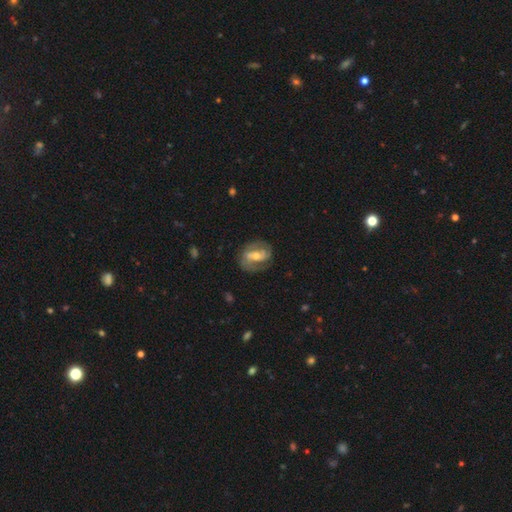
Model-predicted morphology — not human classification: type=featured or disk (77%); edge-on=no (96%); bar=weak (38%); spiral arms=yes (87%); winding=medium (46%); arm count=2 (79%); bulge=moderate (58%); merging=none (71%).